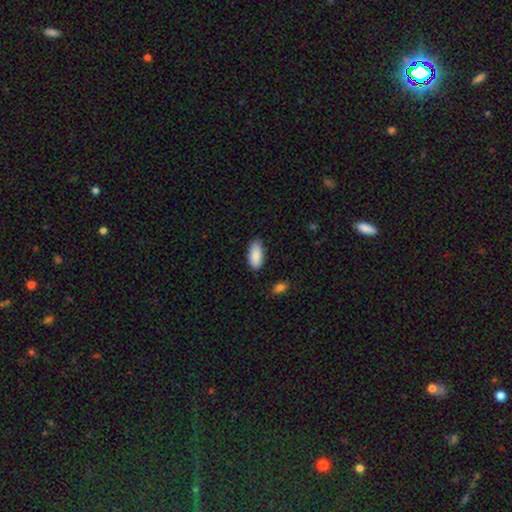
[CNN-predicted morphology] A smooth galaxy with no disk features (89%) that is in between round and cigar-shaped (90%).

Vote fractions:
- Smooth or featured? smooth: 89% / star or artifact: 6% / featured or disk: 5%
- How rounded? in between: 90% / cigar-shaped: 8% / round: 2%
- Merging? none: 84% / minor disturbance: 12% / major disturbance: 2% / merger: 1%